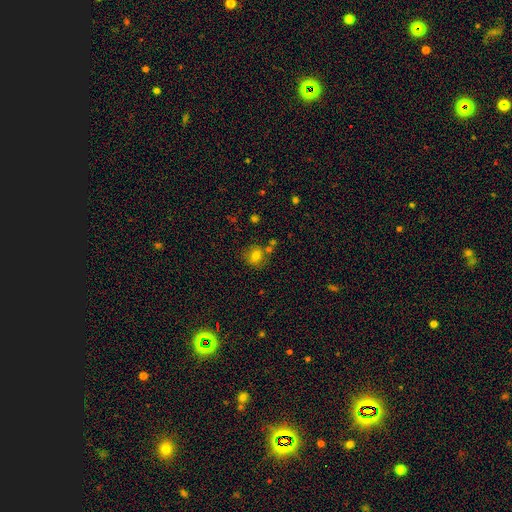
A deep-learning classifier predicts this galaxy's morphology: Smooth or featured: smooth — 75% (star or artifact — 15%)
How rounded: round — 72% (in between — 27%)
Merging: none — 72% (minor disturbance — 13%)